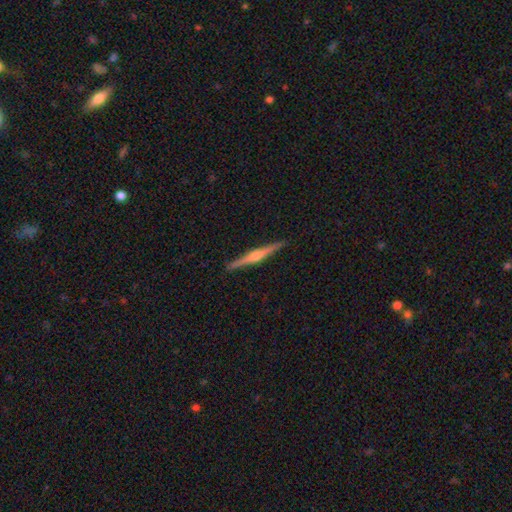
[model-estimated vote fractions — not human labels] A featured or disk galaxy (77%) viewed edge-on (98%) with a rounded central bulge (87%).

Vote fractions:
- Smooth or featured? featured or disk: 77% / smooth: 18% / star or artifact: 5%
- Edge-on disk? yes: 98% / no: 2%
- Edge-on bulge? rounded: 87% / boxy: 7% / none: 7%
- Merging? none: 92% / minor disturbance: 6% / major disturbance: 1% / merger: 1%